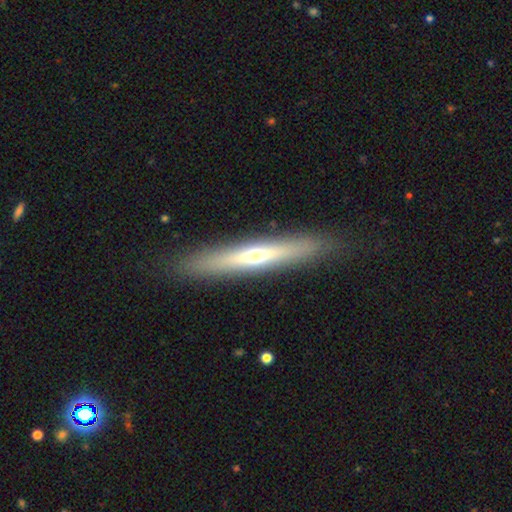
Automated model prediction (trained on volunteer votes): Smooth or featured? Predicted: featured or disk (p=0.51). Edge-on disk? Predicted: yes (p=0.90). Merging? Predicted: none (p=0.89).